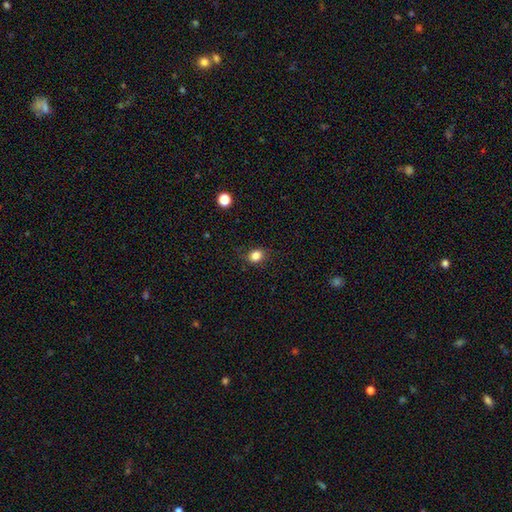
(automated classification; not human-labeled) Smooth or featured? smooth (84%)
How rounded? round (54%)
Merging? none (82%)